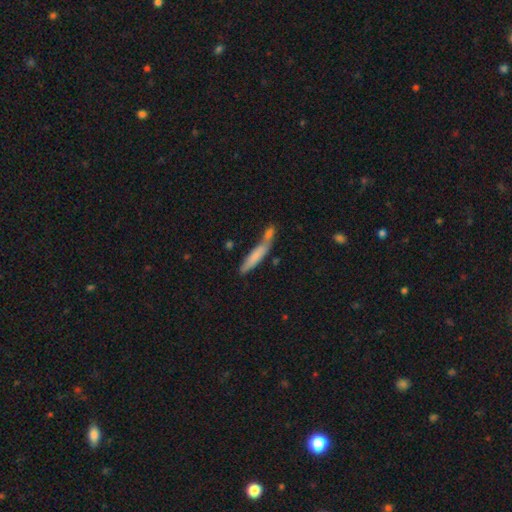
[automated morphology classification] Smooth or featured? smooth (70%)
How rounded? cigar-shaped (87%)
Merging? none (44%)